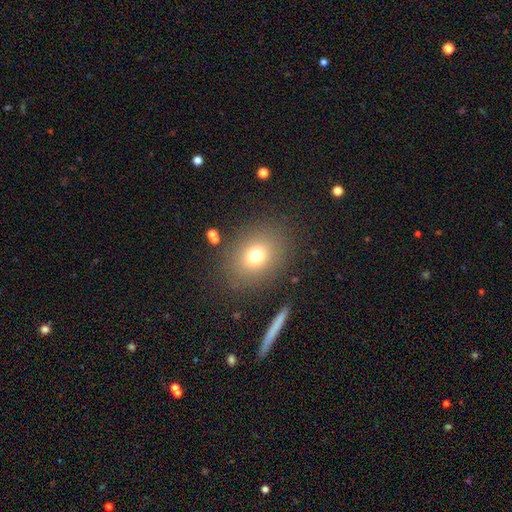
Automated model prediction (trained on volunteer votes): Smooth or featured? Predicted: smooth (p=0.72). How rounded? Predicted: round (p=0.53). Merging? Predicted: none (p=0.83).